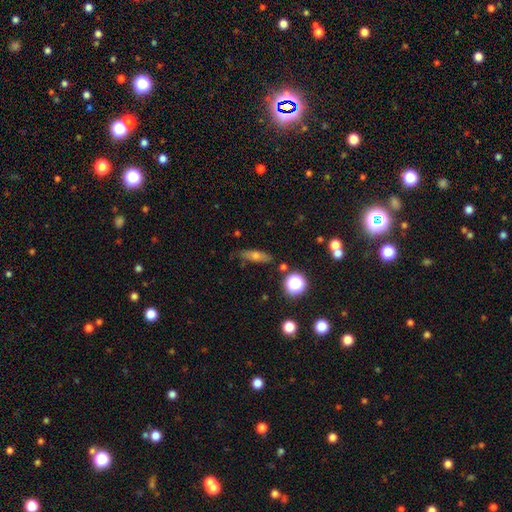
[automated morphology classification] A smooth galaxy with no disk features (60%) that is cigar-shaped (50%).

Vote fractions:
- Smooth or featured? smooth: 60% / featured or disk: 26% / star or artifact: 14%
- How rounded? cigar-shaped: 50% / in between: 42% / round: 8%
- Merging? none: 79% / minor disturbance: 14% / major disturbance: 3% / merger: 3%